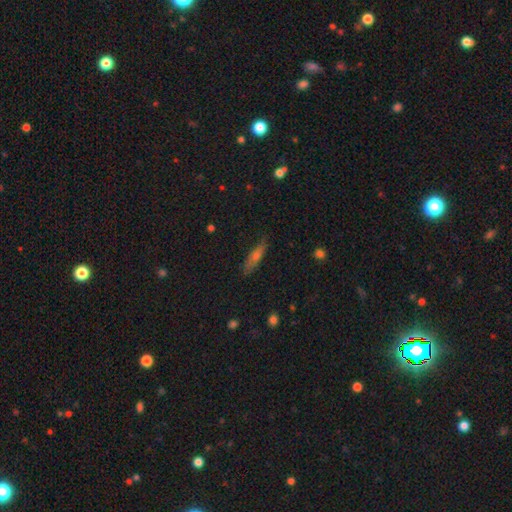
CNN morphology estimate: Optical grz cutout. It shows a smooth galaxy with no disk features (52%) that is cigar-shaped (74%). Merging: none (82%).